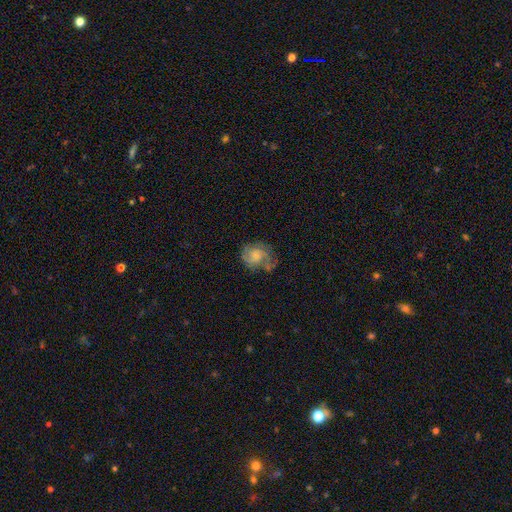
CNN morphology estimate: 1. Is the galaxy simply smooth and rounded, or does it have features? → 53% featured or disk, 39% smooth, 8% star or artifact.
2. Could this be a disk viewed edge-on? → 98% no, 2% yes.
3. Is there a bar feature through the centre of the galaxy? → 78% no, 20% weak, 3% strong.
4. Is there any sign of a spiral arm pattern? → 74% yes, 26% no.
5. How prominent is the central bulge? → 50% small, 28% moderate, 16% none, 5% large, 2% dominant.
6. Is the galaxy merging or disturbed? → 47% none, 27% minor disturbance, 21% major disturbance, 4% merger.